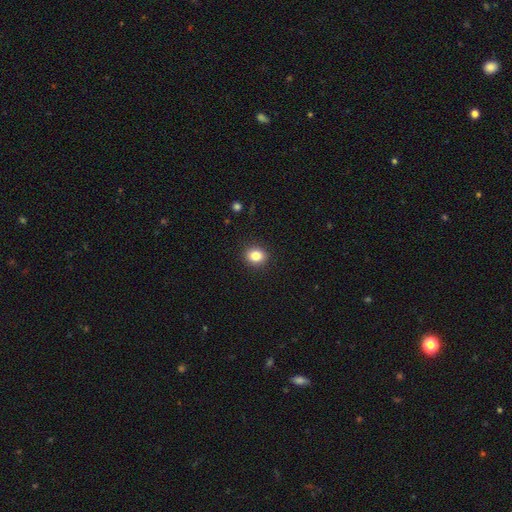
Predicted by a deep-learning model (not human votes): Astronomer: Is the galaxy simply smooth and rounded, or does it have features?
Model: smooth — 84%.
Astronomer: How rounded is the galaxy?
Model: round — 67%.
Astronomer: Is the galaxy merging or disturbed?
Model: none — 91%.